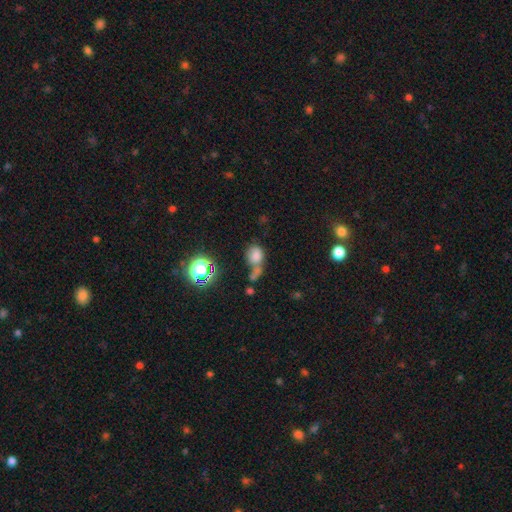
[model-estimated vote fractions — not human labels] This is likely a smooth galaxy (73%). How rounded: possibly round (53%). Merging: marginally merger (44%).